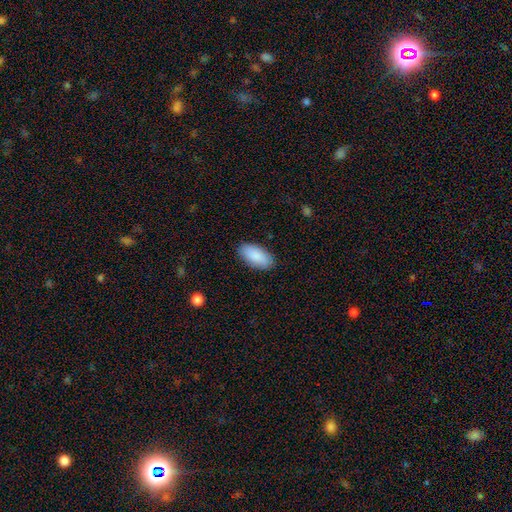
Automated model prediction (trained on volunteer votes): Smooth or featured? Predicted: smooth (p=0.89). How rounded? Predicted: in between (p=0.94). Merging? Predicted: none (p=0.88).